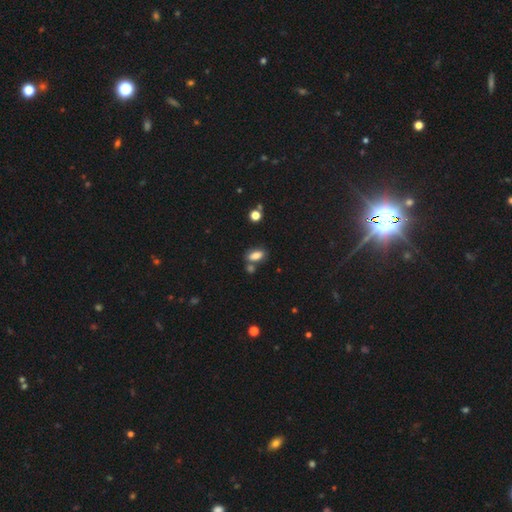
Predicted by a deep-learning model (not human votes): Morphology: type=smooth (82%); roundness=in between (85%); merging=none (65%).